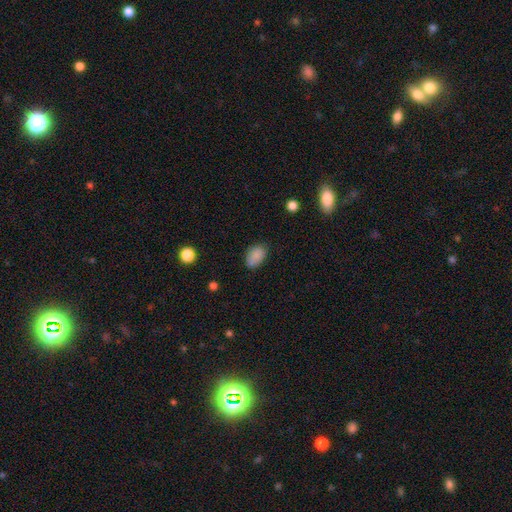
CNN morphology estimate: Smooth or featured?
  - smooth: 86% *
  - star or artifact: 9%
  - featured or disk: 5%
How rounded?
  - in between: 89% *
  - round: 10%
  - cigar-shaped: 1%
Merging?
  - none: 73% *
  - minor disturbance: 21%
  - major disturbance: 4%
  - merger: 2%